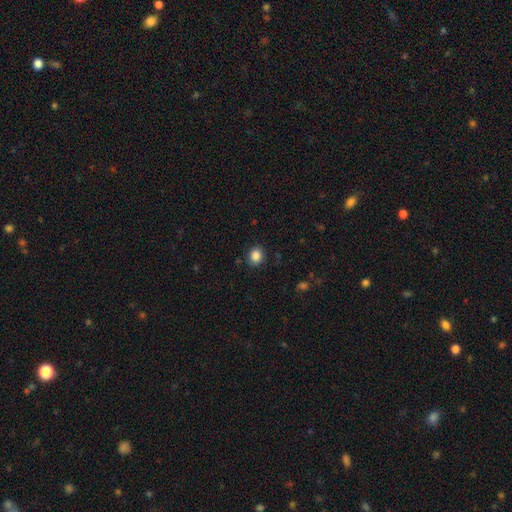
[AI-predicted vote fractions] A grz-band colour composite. It shows a smooth galaxy with no disk features (86%) that is round (69%). Merging: none (88%).